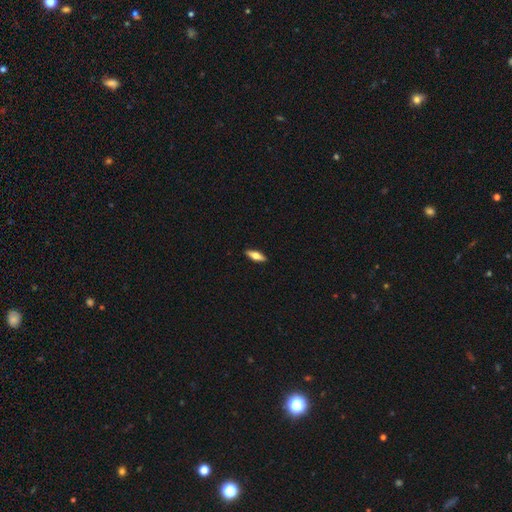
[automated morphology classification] Q: Smooth or featured?
A: smooth (61%); runner-up: featured or disk (33%)
Q: How rounded?
A: in between (57%); runner-up: cigar-shaped (40%)
Q: Merging?
A: none (91%); runner-up: minor disturbance (7%)